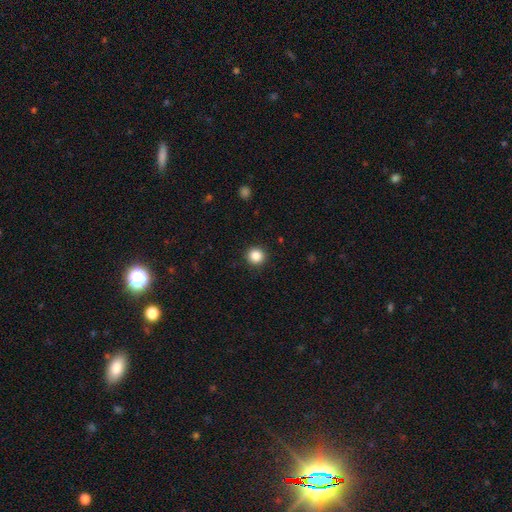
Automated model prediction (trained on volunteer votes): Smooth or featured? Predicted: smooth (p=0.87). How rounded? Predicted: round (p=0.94). Merging? Predicted: none (p=0.92).